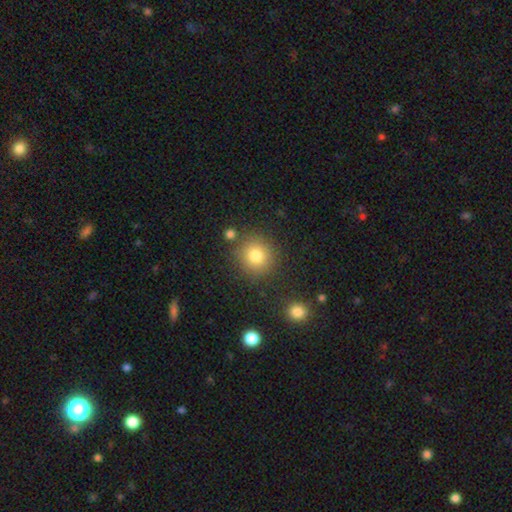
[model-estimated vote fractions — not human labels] Smooth or featured: smooth — 80% (star or artifact — 12%)
How rounded: round — 91% (in between — 8%)
Merging: none — 83% (minor disturbance — 8%)